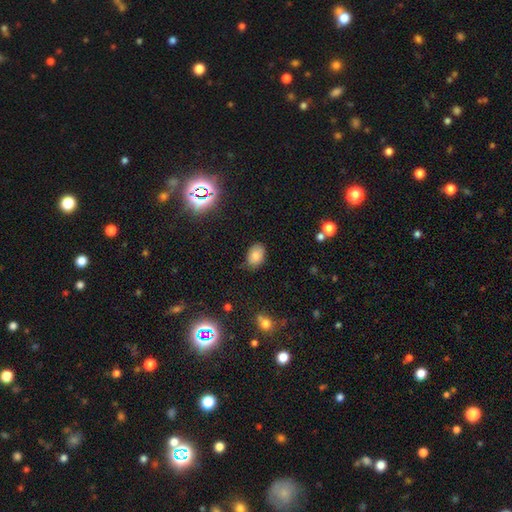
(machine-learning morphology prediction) Q: Smooth or featured?
A: smooth (81%); runner-up: star or artifact (12%)
Q: How rounded?
A: in between (84%); runner-up: round (15%)
Q: Merging?
A: none (74%); runner-up: minor disturbance (21%)